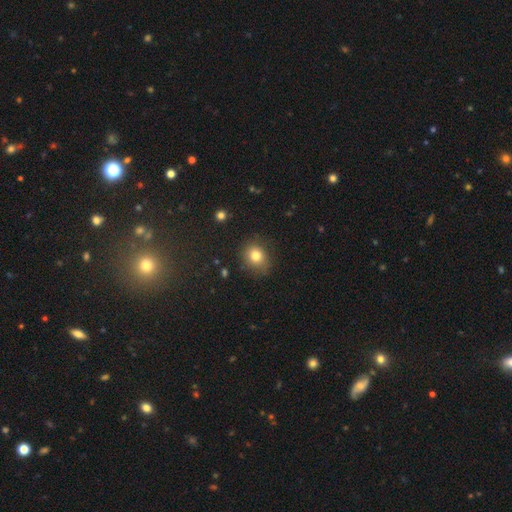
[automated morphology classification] smooth_or_featured: smooth (p=0.80) [alt: star or artifact p=0.12]
how_rounded: round (p=0.63) [alt: in between p=0.36]
merging: none (p=0.79) [alt: minor disturbance p=0.16]